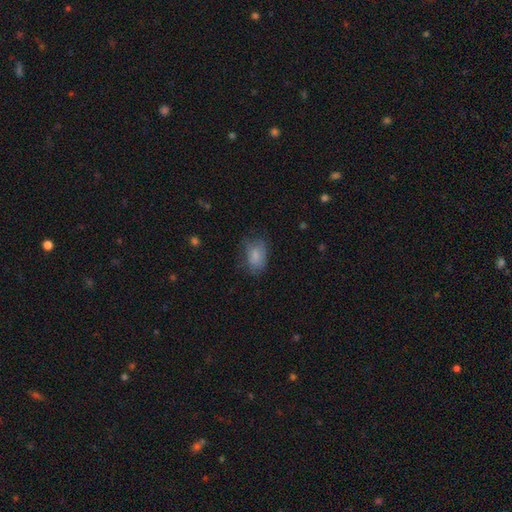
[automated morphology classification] Smooth or featured? Predicted: smooth (p=0.79). How rounded? Predicted: in between (p=0.85). Merging? Predicted: none (p=0.57).